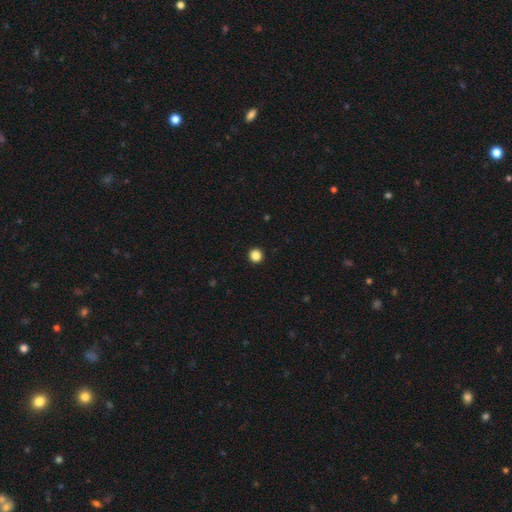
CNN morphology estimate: The model was most divided on "smooth or featured": smooth: 86%, star or artifact: 11%, featured or disk: 3%. More confident: how rounded — round (96%); merging — none (94%).